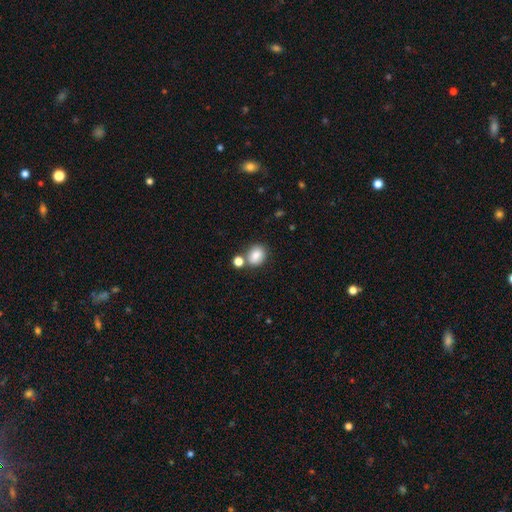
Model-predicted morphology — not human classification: This is clearly a smooth galaxy (82%). How rounded: possibly round (55%). Merging: likely none (63%).